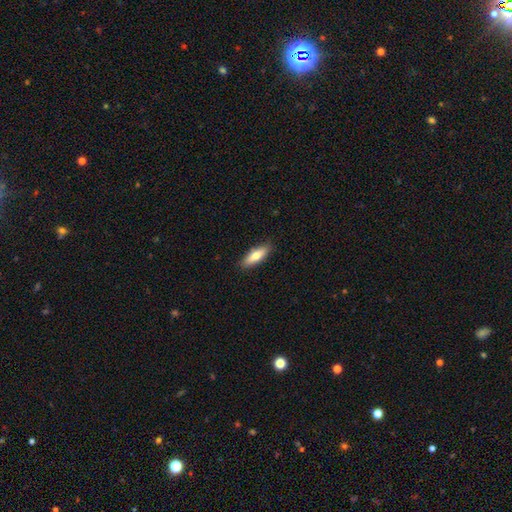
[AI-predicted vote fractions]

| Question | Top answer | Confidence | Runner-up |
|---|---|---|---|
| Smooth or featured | smooth | 75% | featured or disk (19%) |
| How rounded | in between | 53% | cigar-shaped (45%) |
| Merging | none | 89% | minor disturbance (9%) |